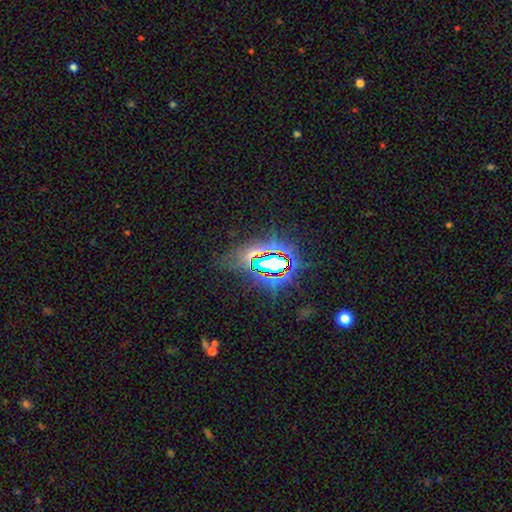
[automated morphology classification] Q: Smooth or featured?
A: star or artifact (72%); runner-up: smooth (16%)